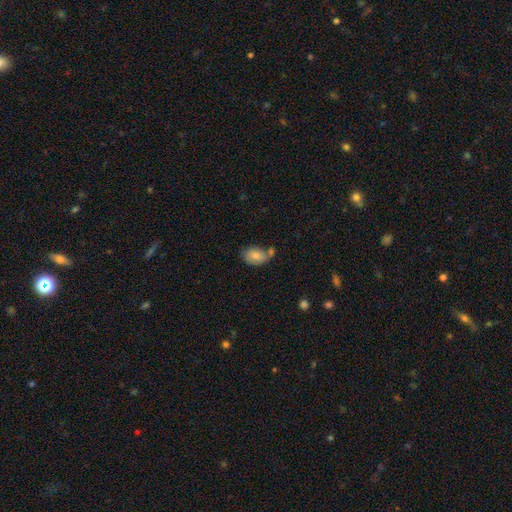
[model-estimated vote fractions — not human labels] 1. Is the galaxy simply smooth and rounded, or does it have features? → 80% smooth, 13% featured or disk, 8% star or artifact.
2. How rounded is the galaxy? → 83% in between, 15% round, 1% cigar-shaped.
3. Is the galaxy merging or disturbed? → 53% none, 22% minor disturbance, 19% merger, 7% major disturbance.